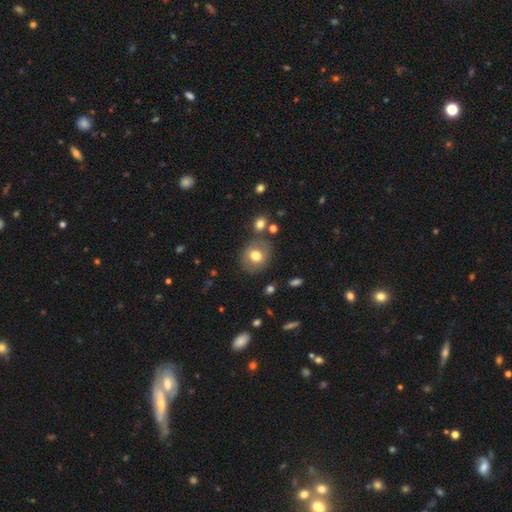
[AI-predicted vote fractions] Q: Smooth or featured?
A: smooth (69%); runner-up: featured or disk (22%)
Q: How rounded?
A: round (74%); runner-up: in between (25%)
Q: Merging?
A: none (79%); runner-up: minor disturbance (12%)